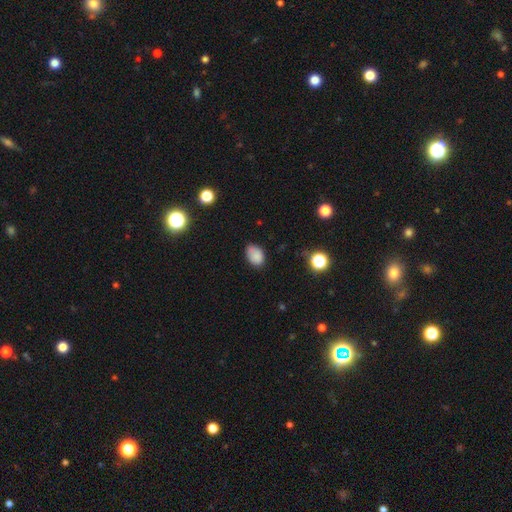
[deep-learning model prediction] A smooth galaxy with no disk features (83%) that is in between round and cigar-shaped (81%). Merging: none (70%).